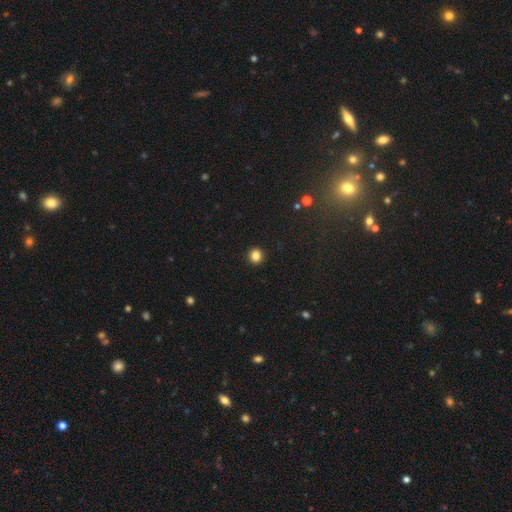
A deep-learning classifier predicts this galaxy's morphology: smooth-or-featured: smooth: 85% | star or artifact: 11% | featured or disk: 4%
  how-rounded: round: 92% | in between: 7% | cigar-shaped: 1%
  merging: none: 93% | minor disturbance: 4% | major disturbance: 1% | merger: 1%